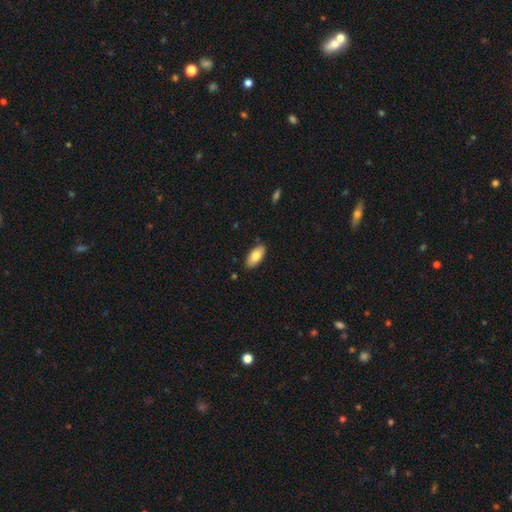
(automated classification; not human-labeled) Overall: smooth (80%). How rounded: in between (90%). Merging: none (86%).